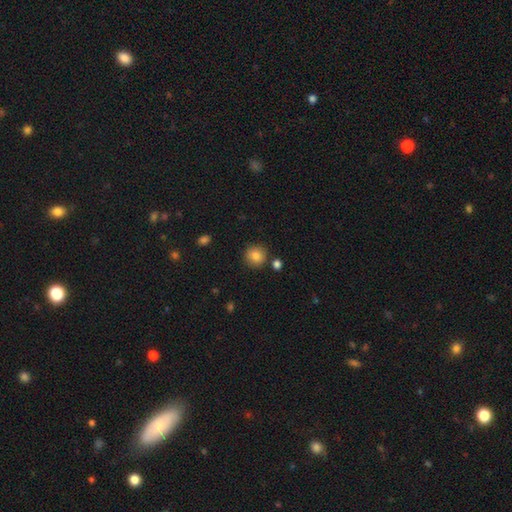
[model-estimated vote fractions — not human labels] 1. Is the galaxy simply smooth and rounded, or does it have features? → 84% smooth, 10% star or artifact, 7% featured or disk.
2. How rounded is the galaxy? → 91% round, 8% in between, 1% cigar-shaped.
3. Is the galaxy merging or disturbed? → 85% none, 8% minor disturbance, 5% merger, 2% major disturbance.